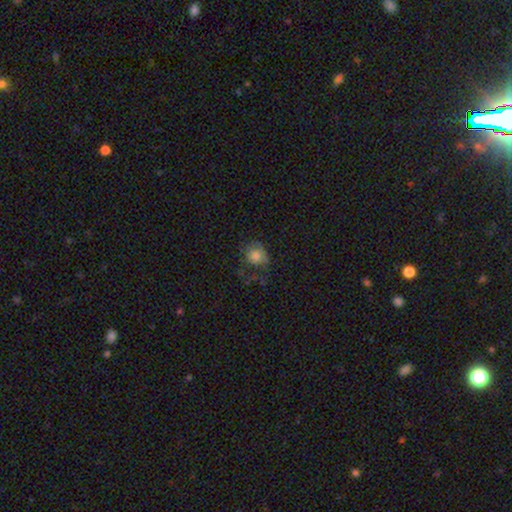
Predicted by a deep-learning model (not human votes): Smooth or featured? smooth (74%)
How rounded? round (77%)
Merging? none (48%)